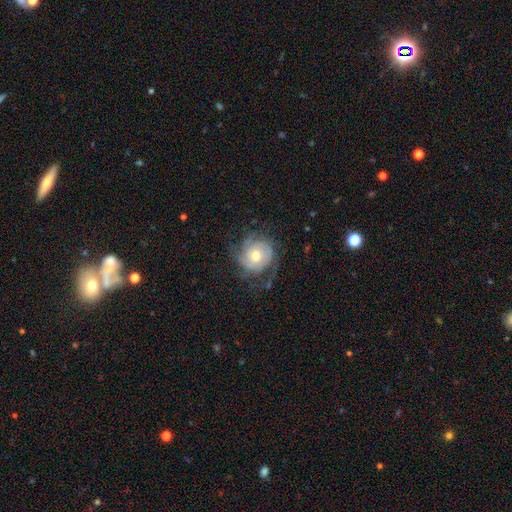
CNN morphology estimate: A featured or disk galaxy (75%) with no bar (77%), tight (61%) spiral arms (91%) and a moderate central bulge (70%).

Vote fractions:
- Smooth or featured? featured or disk: 75% / smooth: 19% / star or artifact: 6%
- Edge-on disk? no: 97% / yes: 3%
- Bar? no: 77% / weak: 19% / strong: 4%
- Spiral arms? yes: 91% / no: 9%
- Spiral winding? tight: 61% / medium: 28% / loose: 11%
- Spiral arm count? can't tell: 31% / 2: 30% / 3: 22% / 4: 6% / 1: 6% / more than 4: 5%
- Bulge size? moderate: 70% / small: 22% / large: 6% / dominant: 1% / none: 1%
- Merging? none: 63% / minor disturbance: 21% / major disturbance: 15% / merger: 1%